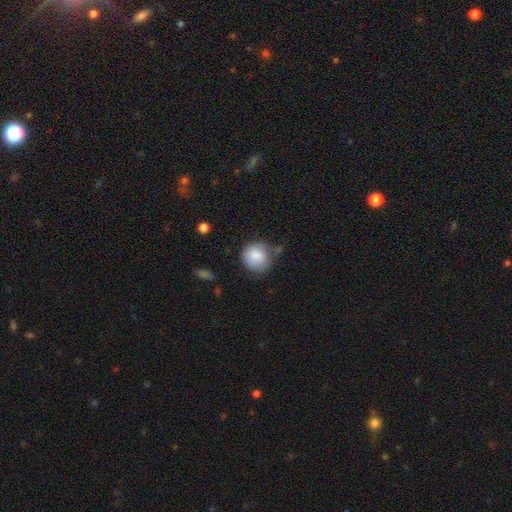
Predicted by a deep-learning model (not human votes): Q: Smooth or featured?
A: smooth (84%); runner-up: featured or disk (9%)
Q: How rounded?
A: round (84%); runner-up: in between (15%)
Q: Merging?
A: none (59%); runner-up: minor disturbance (27%)